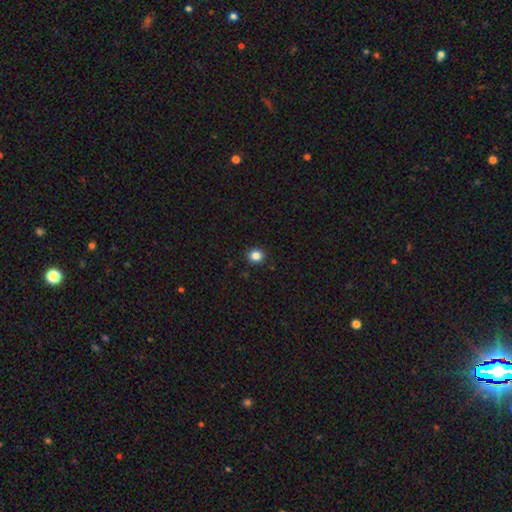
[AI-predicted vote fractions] Smooth or featured? Predicted: smooth (p=0.85). How rounded? Predicted: round (p=0.86). Merging? Predicted: none (p=0.92).